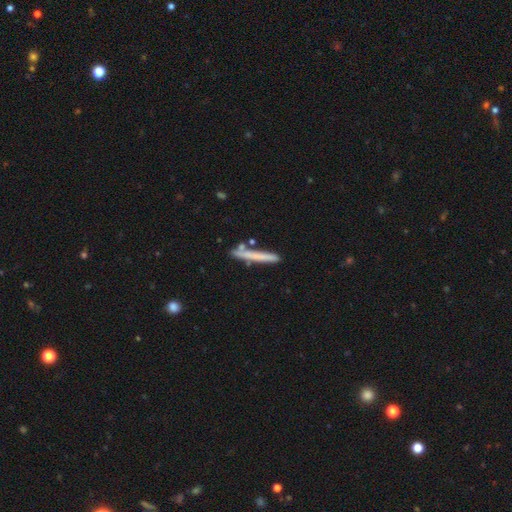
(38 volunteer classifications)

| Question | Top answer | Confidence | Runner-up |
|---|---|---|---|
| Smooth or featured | smooth | 66% | featured or disk (29%) |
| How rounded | cigar-shaped | 96% | in between (4%) |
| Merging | none | 89% | minor disturbance (11%) |